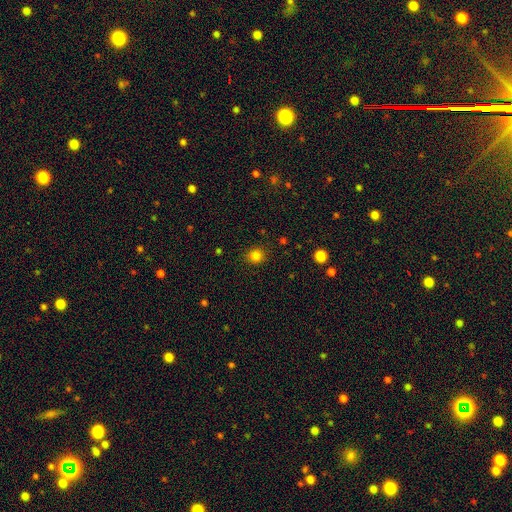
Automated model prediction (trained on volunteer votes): This is clearly a smooth galaxy (83%). How rounded: clearly round (85%). Merging: clearly none (89%).